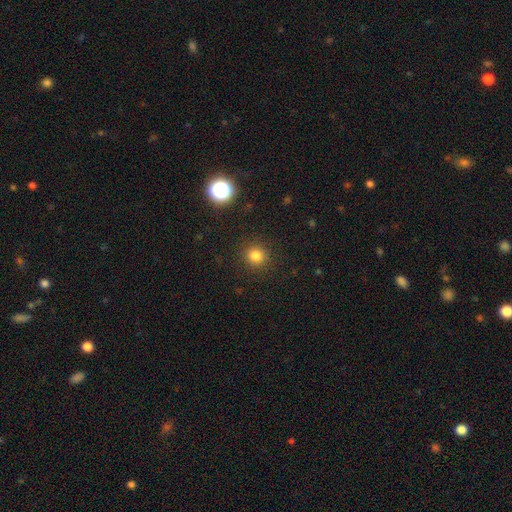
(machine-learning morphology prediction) smooth_or_featured: smooth (p=0.81) [alt: star or artifact p=0.14]
how_rounded: round (p=0.91) [alt: in between p=0.08]
merging: none (p=0.91) [alt: minor disturbance p=0.06]